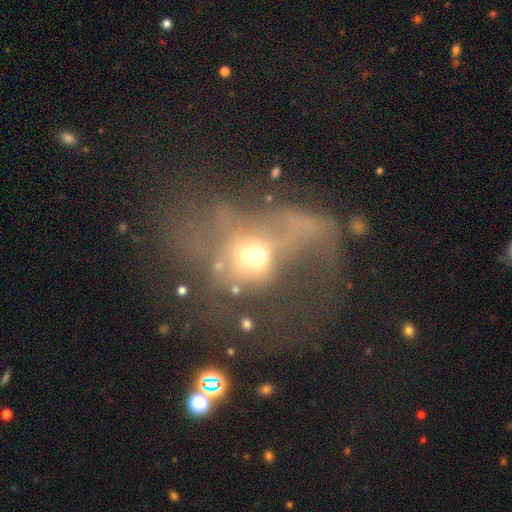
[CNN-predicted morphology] Smooth or featured?
  - featured or disk: 48% *
  - smooth: 34%
  - star or artifact: 18%
Merging?
  - major disturbance: 46% *
  - merger: 36%
  - none: 11%
  - minor disturbance: 7%